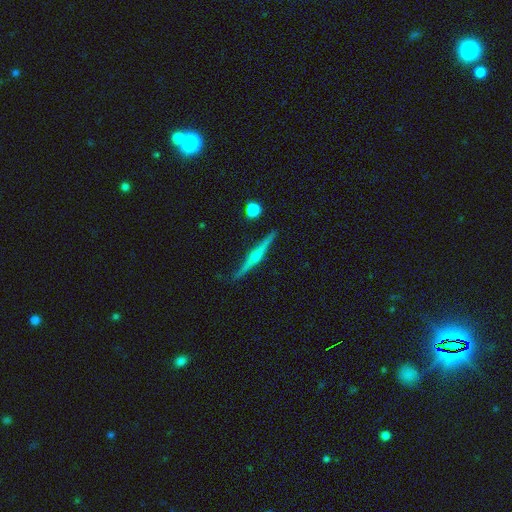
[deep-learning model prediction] A featured or disk galaxy (77%) viewed edge-on (98%) with a rounded central bulge (84%). Merging: none (86%).